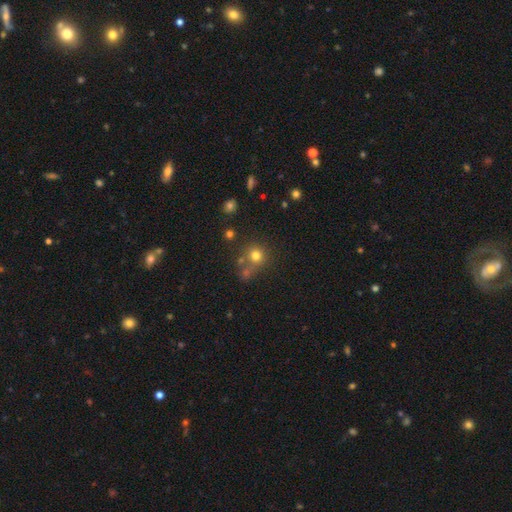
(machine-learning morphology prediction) Smooth or featured? Predicted: smooth (p=0.74). How rounded? Predicted: round (p=0.90). Merging? Predicted: none (p=0.62).